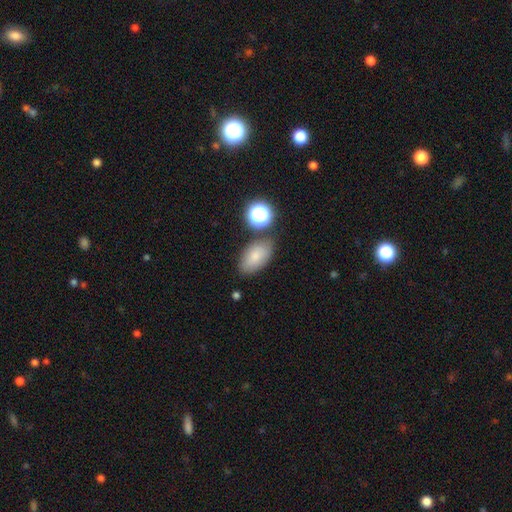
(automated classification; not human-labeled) smooth_or_featured: smooth (p=0.78) [alt: featured or disk p=0.12]
how_rounded: in between (p=0.90) [alt: round p=0.08]
merging: none (p=0.73) [alt: minor disturbance p=0.15]